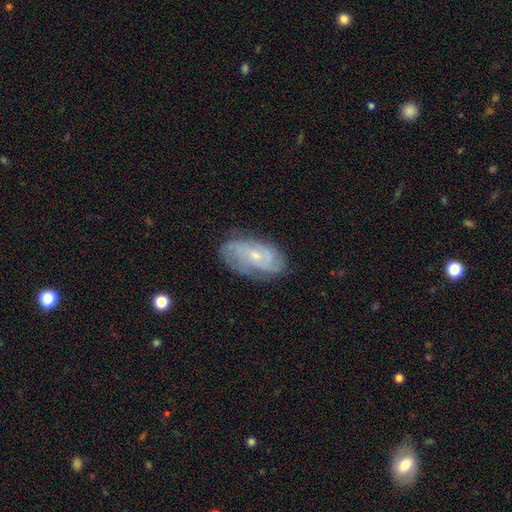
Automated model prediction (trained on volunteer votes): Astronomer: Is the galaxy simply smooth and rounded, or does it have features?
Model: featured or disk — 77%.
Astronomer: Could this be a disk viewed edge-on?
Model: no — 95%.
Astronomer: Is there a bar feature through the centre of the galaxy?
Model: no — 66%.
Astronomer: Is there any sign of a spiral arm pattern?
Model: yes — 93%.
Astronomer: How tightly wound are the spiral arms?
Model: tight — 54% (runner-up: medium, 35%).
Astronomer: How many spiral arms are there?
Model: can't tell — 35% (runner-up: 2, 21%).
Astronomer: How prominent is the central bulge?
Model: small — 67%.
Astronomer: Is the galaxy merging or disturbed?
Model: none — 76%.